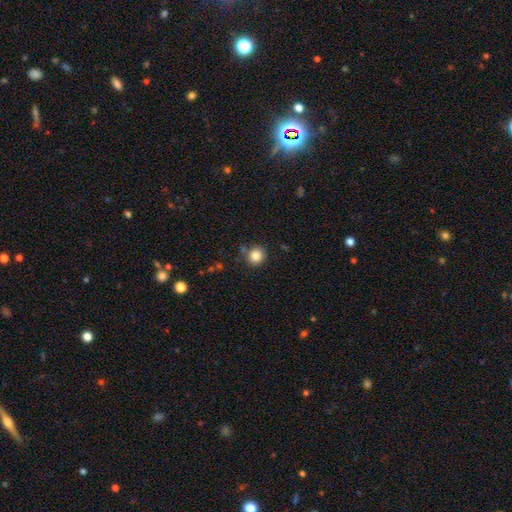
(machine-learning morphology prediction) A smooth galaxy with no disk features (84%) that is round (92%). Merging: none (82%).